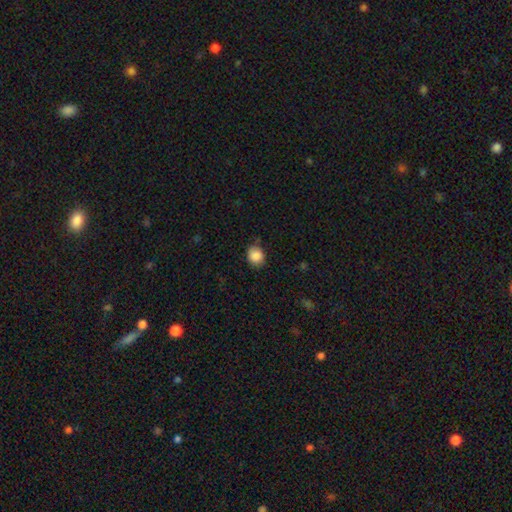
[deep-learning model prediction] Smooth or featured?
  - smooth: 87% *
  - star or artifact: 9%
  - featured or disk: 4%
How rounded?
  - round: 74% *
  - in between: 25%
  - cigar-shaped: 1%
Merging?
  - none: 79% *
  - minor disturbance: 16%
  - major disturbance: 3%
  - merger: 2%